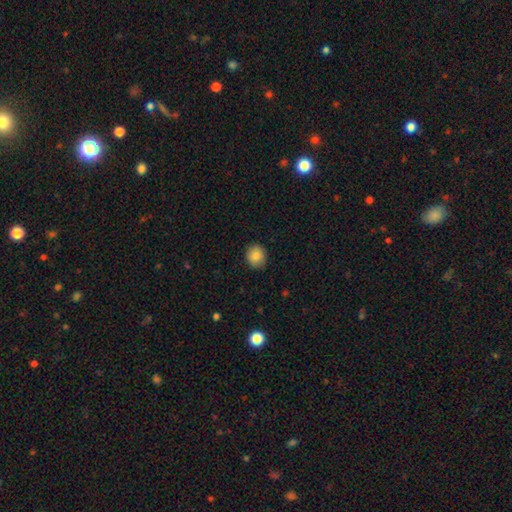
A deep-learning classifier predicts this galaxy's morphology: This appears to be a smooth galaxy with no disk features (85%) that is round (81%). Merging: none (89%).